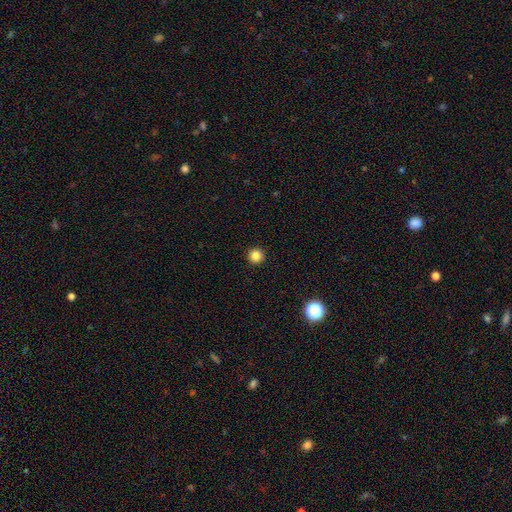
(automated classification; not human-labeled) A smooth galaxy with no disk features (85%) that is round (96%).

Vote fractions:
- Smooth or featured? smooth: 85% / star or artifact: 12% / featured or disk: 3%
- How rounded? round: 96% / in between: 3% / cigar-shaped: 1%
- Merging? none: 94% / minor disturbance: 4% / major disturbance: 1% / merger: 1%